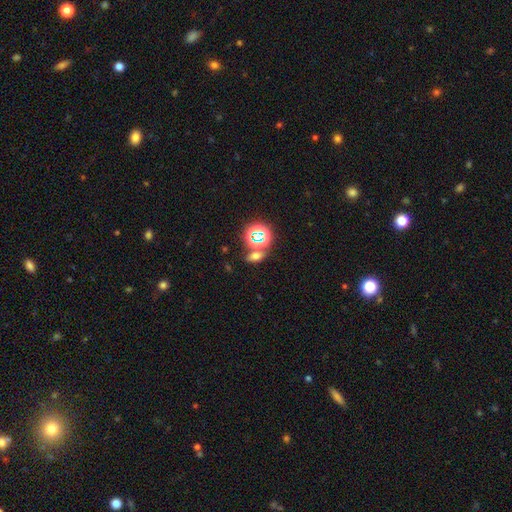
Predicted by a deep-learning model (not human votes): Smooth or featured? smooth (53%)
How rounded? in between (65%)
Merging? none (71%)